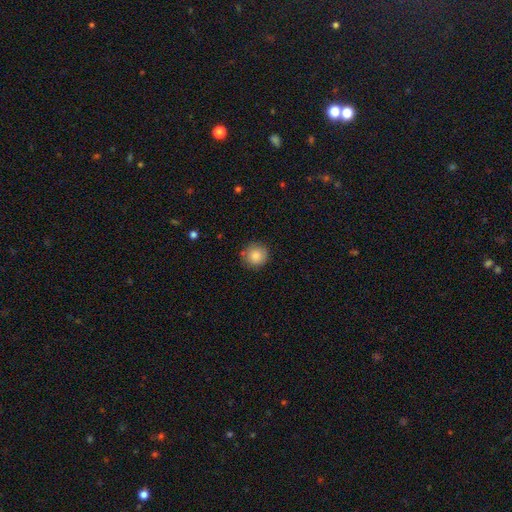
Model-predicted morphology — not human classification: Smooth or featured?
  - smooth: 84% *
  - star or artifact: 8%
  - featured or disk: 7%
How rounded?
  - round: 92% *
  - in between: 7%
  - cigar-shaped: 1%
Merging?
  - none: 85% *
  - minor disturbance: 11%
  - major disturbance: 3%
  - merger: 1%